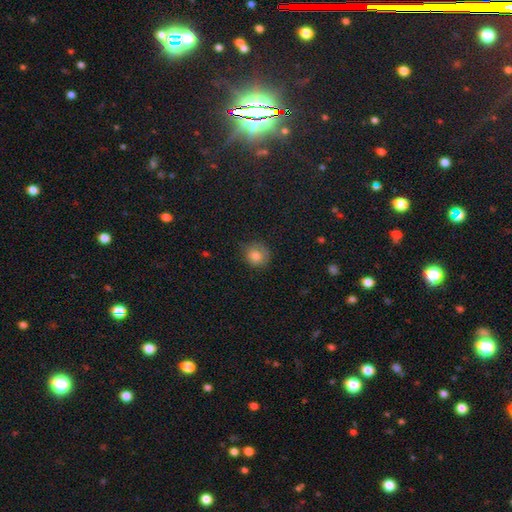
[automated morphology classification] The model was most divided on "merging": none: 69%, minor disturbance: 23%, major disturbance: 7%, merger: 1%. More confident: how rounded — round (83%); smooth or featured — smooth (80%).